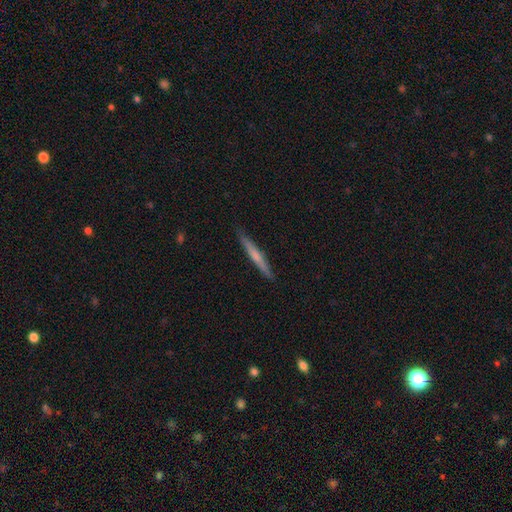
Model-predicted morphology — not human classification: smooth-or-featured: smooth: 52% | featured or disk: 42% | star or artifact: 5%
  how-rounded: cigar-shaped: 96% | in between: 2% | round: 1%
  merging: none: 90% | minor disturbance: 8% | major disturbance: 1% | merger: 1%